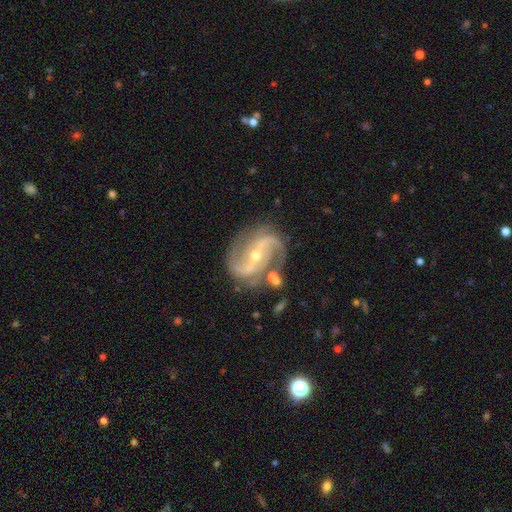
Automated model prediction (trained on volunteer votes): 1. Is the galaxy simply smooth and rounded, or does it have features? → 91% featured or disk, 6% star or artifact, 3% smooth.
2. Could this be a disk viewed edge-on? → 97% no, 3% yes.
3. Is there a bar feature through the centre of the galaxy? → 39% strong, 31% no, 30% weak.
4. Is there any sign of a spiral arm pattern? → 98% yes, 2% no.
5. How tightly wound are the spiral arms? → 50% medium, 33% loose, 16% tight.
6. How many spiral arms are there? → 84% 2, 7% 3, 3% can't tell, 2% 4, 2% 1, 2% more than 4.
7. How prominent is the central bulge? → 60% small, 37% moderate, 1% large, 1% none, 1% dominant.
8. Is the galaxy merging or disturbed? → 71% none, 16% minor disturbance, 7% major disturbance, 6% merger.